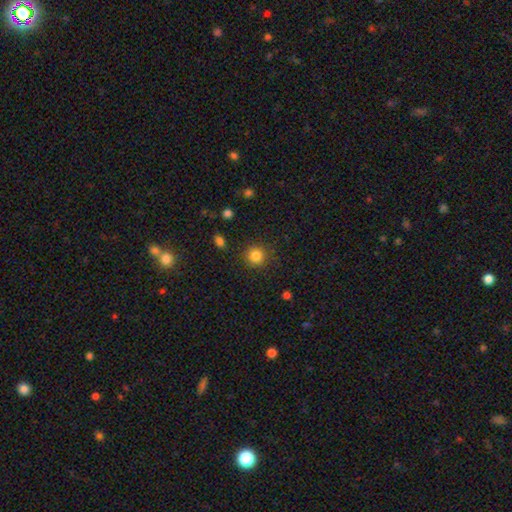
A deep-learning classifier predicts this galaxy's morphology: This appears to be a smooth galaxy with no disk features (84%) that is round (93%). Merging: none (89%).